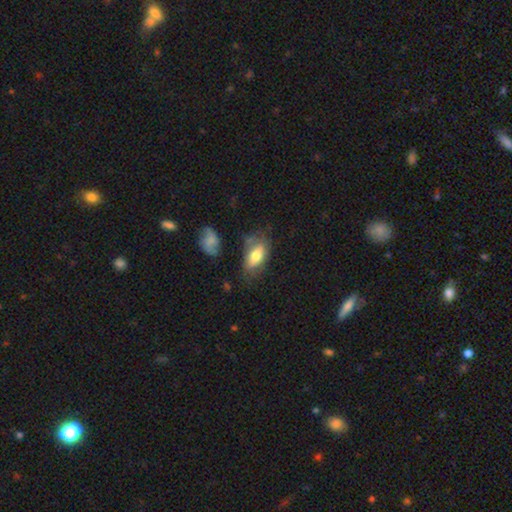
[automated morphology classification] Overall: smooth (72%). How rounded: in between (89%). Merging: none (56%; minor disturbance 27%).